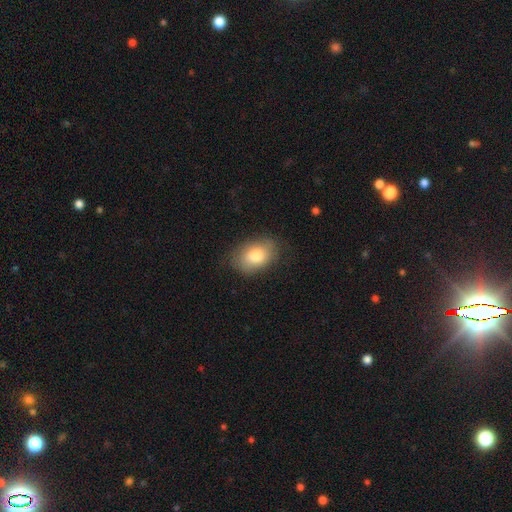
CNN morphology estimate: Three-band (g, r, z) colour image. It shows a smooth galaxy with no disk features (80%) that is in between round and cigar-shaped (84%). Merging: none (80%).